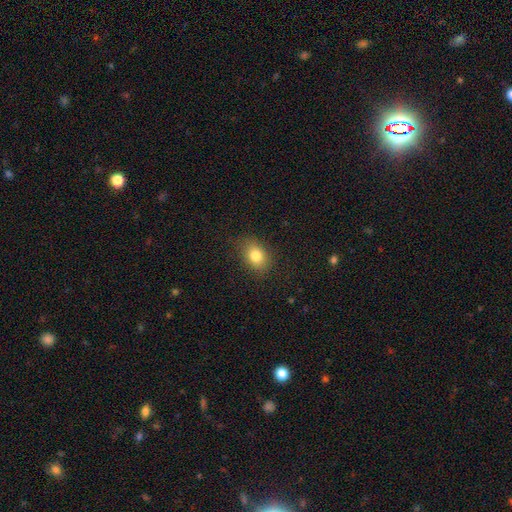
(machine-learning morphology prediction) Smooth or featured?
  - smooth: 81% *
  - star or artifact: 10%
  - featured or disk: 9%
How rounded?
  - in between: 71% *
  - round: 27%
  - cigar-shaped: 1%
Merging?
  - none: 83% *
  - minor disturbance: 12%
  - major disturbance: 4%
  - merger: 1%